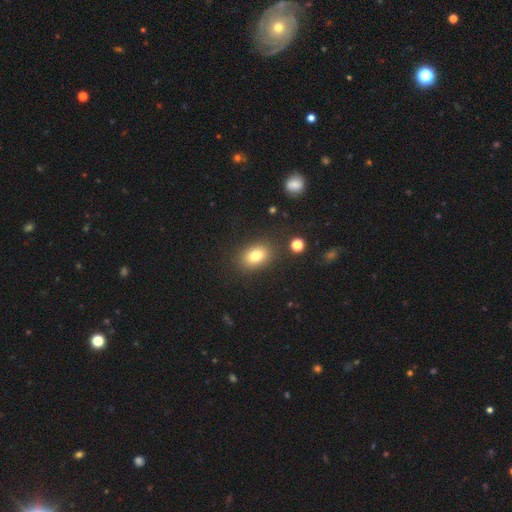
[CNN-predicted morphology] Smooth or featured: smooth — 78% (star or artifact — 12%)
How rounded: in between — 69% (round — 30%)
Merging: none — 84% (minor disturbance — 10%)